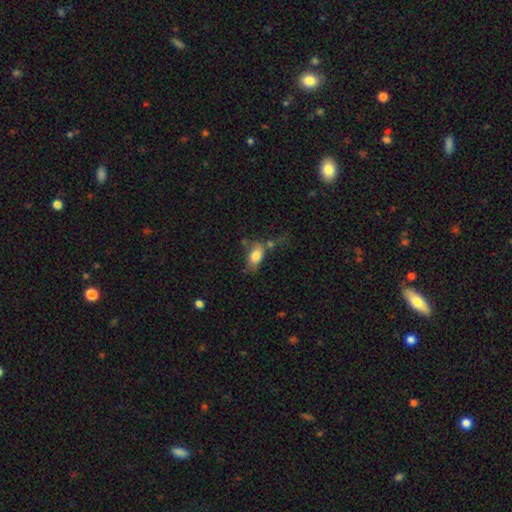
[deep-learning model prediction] Overall: smooth (80%). How rounded: in between (87%). Merging: none (42%; minor disturbance 25%).